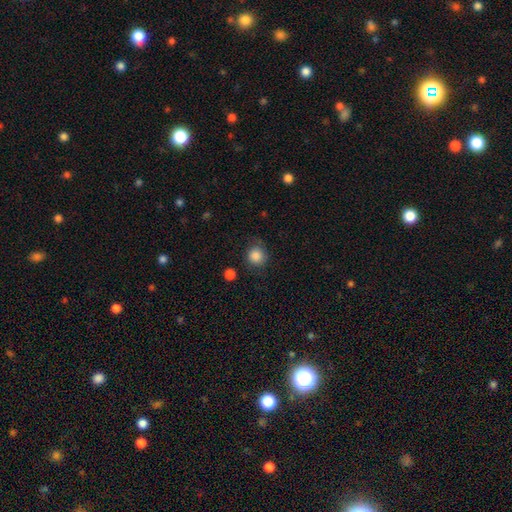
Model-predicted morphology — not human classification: Smooth or featured?
  - smooth: 86% *
  - star or artifact: 9%
  - featured or disk: 4%
How rounded?
  - round: 89% *
  - in between: 10%
  - cigar-shaped: 1%
Merging?
  - none: 78% *
  - minor disturbance: 15%
  - major disturbance: 5%
  - merger: 2%